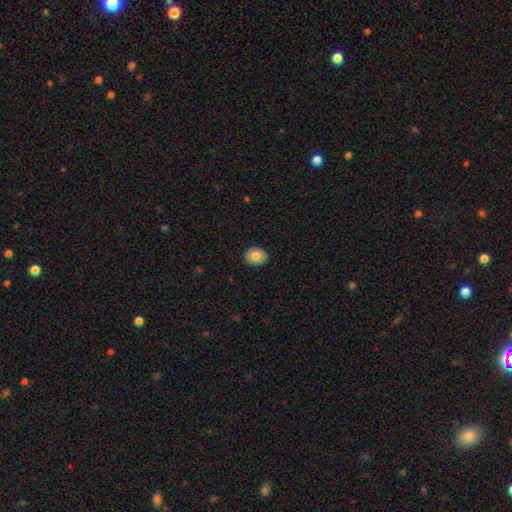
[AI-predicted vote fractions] Q: Smooth or featured?
A: smooth (81%); runner-up: featured or disk (11%)
Q: How rounded?
A: in between (53%); runner-up: round (47%)
Q: Merging?
A: none (87%); runner-up: minor disturbance (10%)